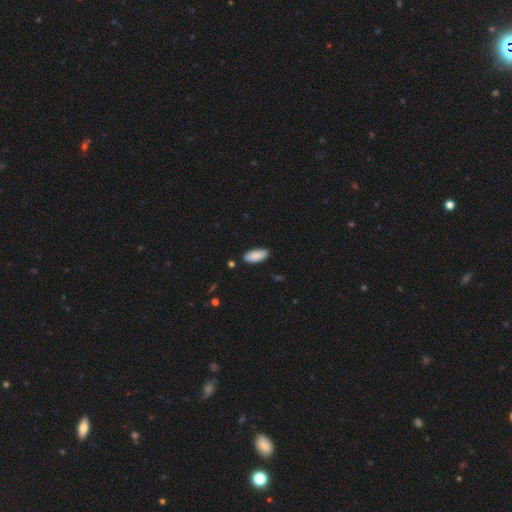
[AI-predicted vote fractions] Smooth or featured? Predicted: smooth (p=0.88). How rounded? Predicted: in between (p=0.87). Merging? Predicted: none (p=0.87).